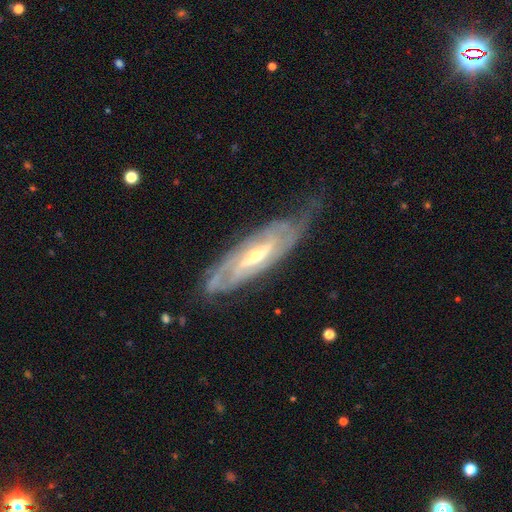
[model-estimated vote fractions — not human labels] smooth-or-featured: featured or disk: 86% | smooth: 8% | star or artifact: 5%
  disk-edge-on: no: 80% | yes: 20%
    bar: weak: 41% | strong: 34% | no: 26%
    has-spiral-arms: yes: 94% | no: 6%
      spiral-winding: tight: 62% | medium: 30% | loose: 8%
      spiral-arm-count: 2: 38% | can't tell: 35% | 3: 13% | 4: 6% | 1: 4% | more than 4: 4%
    bulge-size: moderate: 49% | small: 47% | large: 2% | none: 1% | dominant: 1%
  merging: none: 66% | minor disturbance: 24% | major disturbance: 9% | merger: 2%